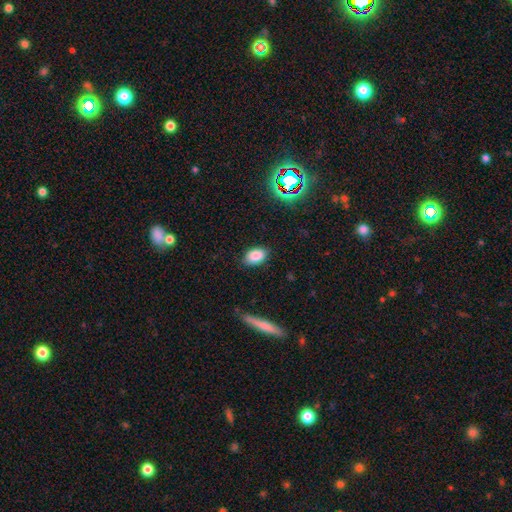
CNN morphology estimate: Smooth or featured? smooth (86%)
How rounded? in between (88%)
Merging? none (83%)